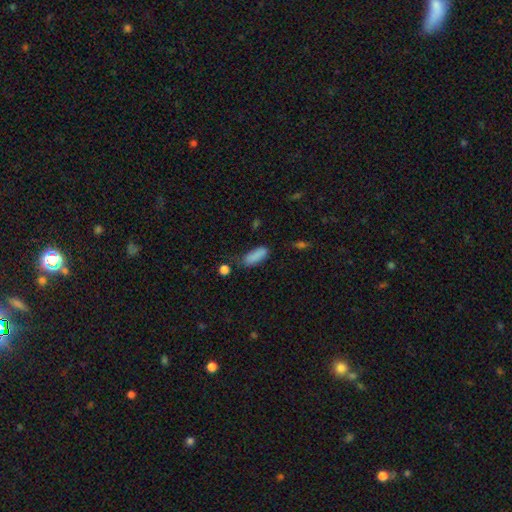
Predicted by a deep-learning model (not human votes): Smooth or featured? smooth (85%)
How rounded? in between (69%)
Merging? none (57%)